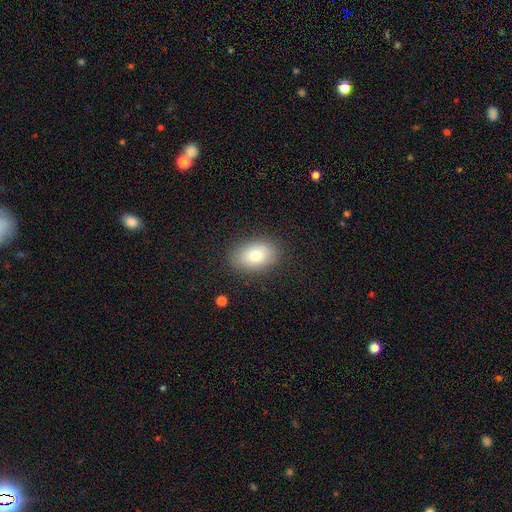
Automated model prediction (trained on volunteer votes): Morphology: type=smooth (77%); roundness=in between (83%); merging=none (86%).